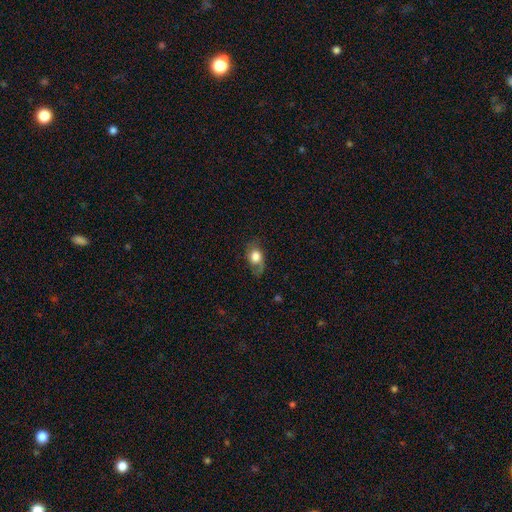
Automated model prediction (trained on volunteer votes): Smooth or featured? Predicted: smooth (p=0.66). How rounded? Predicted: in between (p=0.65). Merging? Predicted: none (p=0.59).